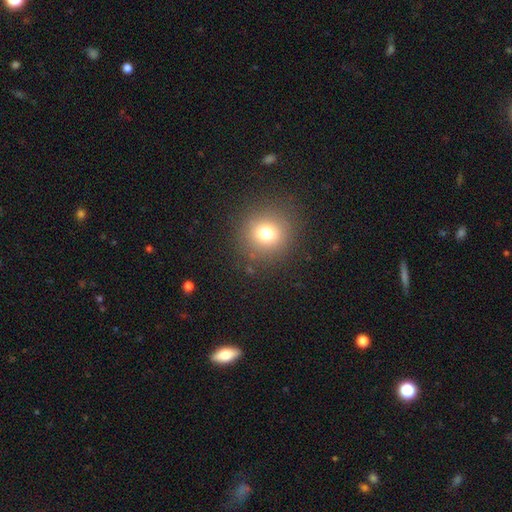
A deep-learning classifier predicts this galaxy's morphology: Smooth or featured? smooth (68%)
How rounded? round (91%)
Merging? none (90%)